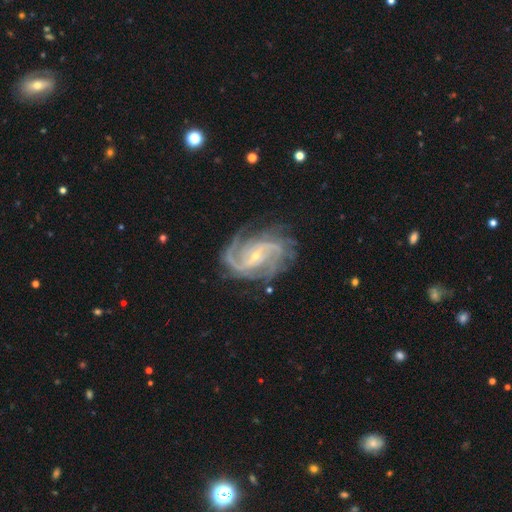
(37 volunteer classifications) A featured or disk galaxy (95%) with a weak bar (53%), 2 (47%) medium (53%) spiral arms (100%) and a small central bulge (69%).

Vote fractions:
- Smooth or featured? featured or disk: 95% / smooth: 3% / star or artifact: 3%
- Edge-on disk? no: 91% / yes: 9%
- Bar? weak: 53% / strong: 28% / no: 19%
- Spiral arms? yes: 100% / no: 0%
- Spiral winding? medium: 53% / tight: 41% / loose: 6%
- Spiral arm count? 2: 47% / can't tell: 44% / 3: 9% / 1: 0% / 4: 0% / more than 4: 0%
- Bulge size? small: 69% / moderate: 31% / dominant: 0% / large: 0% / none: 0%
- Merging? none: 72% / minor disturbance: 19% / major disturbance: 8% / merger: 0%